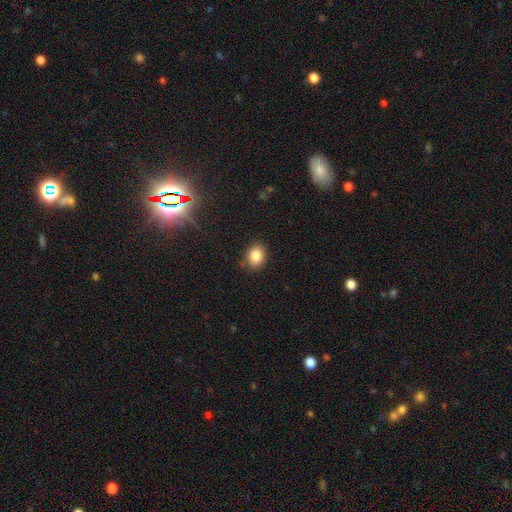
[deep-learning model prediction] Overall: smooth (84%). How rounded: in between (52%; round 47%). Merging: none (85%).